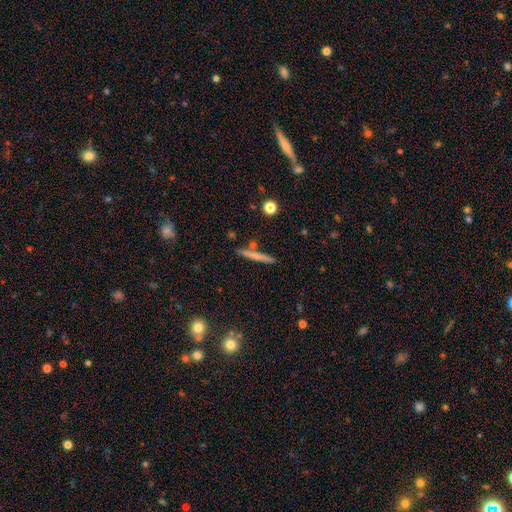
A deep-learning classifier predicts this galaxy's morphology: A smooth galaxy with no disk features (56%) that is cigar-shaped (95%).

Vote fractions:
- Smooth or featured? smooth: 56% / featured or disk: 36% / star or artifact: 7%
- How rounded? cigar-shaped: 95% / in between: 3% / round: 2%
- Merging? none: 84% / minor disturbance: 9% / merger: 5% / major disturbance: 2%